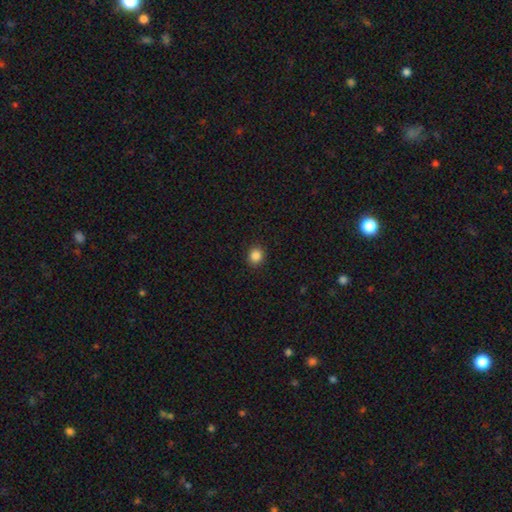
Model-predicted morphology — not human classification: The model was most divided on "how rounded": round: 80%, in between: 19%, cigar-shaped: 1%. More confident: merging — none (91%); smooth or featured — smooth (87%).